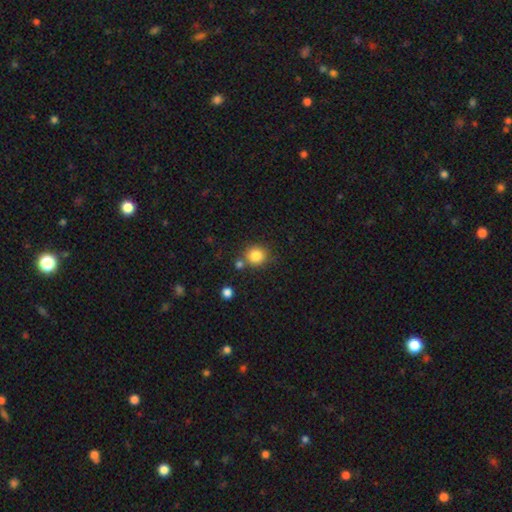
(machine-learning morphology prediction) type=smooth (84%); roundness=round (88%); merging=none (73%).